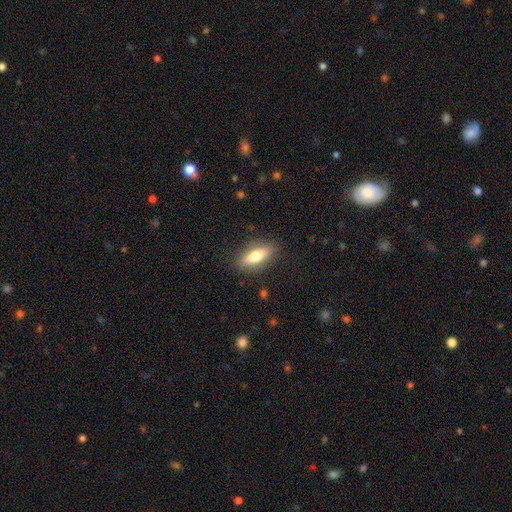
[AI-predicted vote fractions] smooth-or-featured: smooth: 69% | featured or disk: 24% | star or artifact: 7%
  how-rounded: in between: 61% | cigar-shaped: 36% | round: 3%
  merging: none: 86% | minor disturbance: 10% | major disturbance: 3% | merger: 1%